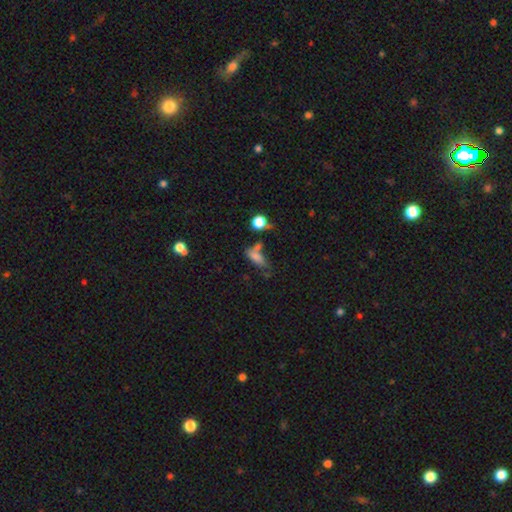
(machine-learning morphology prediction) Q: Smooth or featured?
A: smooth (73%); runner-up: featured or disk (15%)
Q: How rounded?
A: in between (67%); runner-up: cigar-shaped (26%)
Q: Merging?
A: none (40%); runner-up: merger (25%)